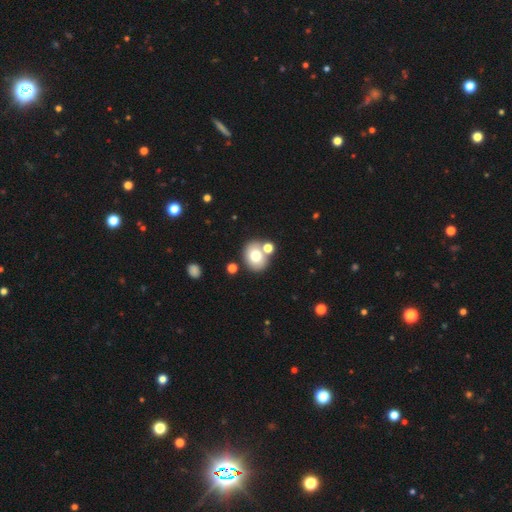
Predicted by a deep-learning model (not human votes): Smooth or featured?
  - smooth: 72% *
  - featured or disk: 17%
  - star or artifact: 11%
How rounded?
  - round: 61% *
  - in between: 38%
  - cigar-shaped: 1%
Merging?
  - none: 67% *
  - merger: 20%
  - minor disturbance: 10%
  - major disturbance: 3%